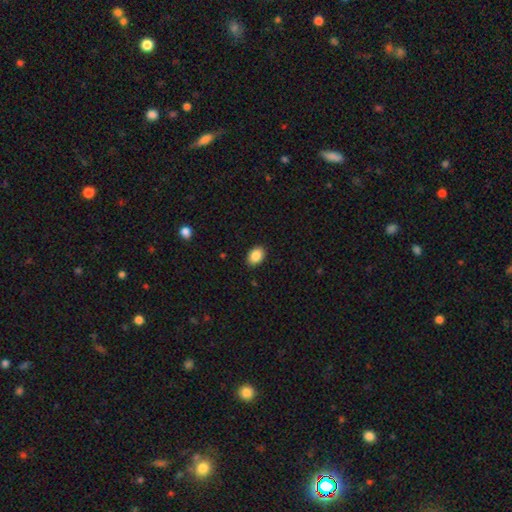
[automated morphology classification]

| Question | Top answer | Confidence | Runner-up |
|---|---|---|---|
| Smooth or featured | smooth | 88% | star or artifact (8%) |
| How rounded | in between | 79% | round (20%) |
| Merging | none | 88% | minor disturbance (9%) |